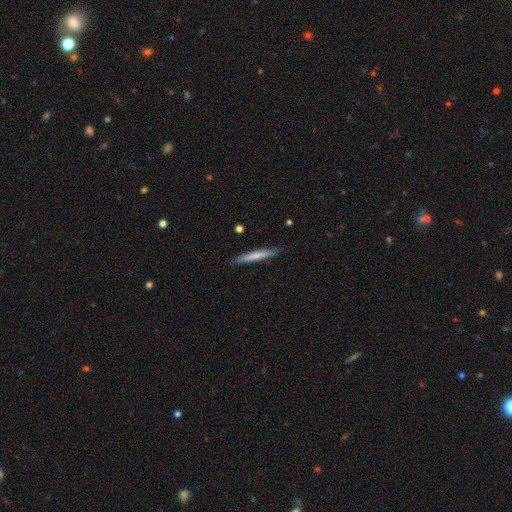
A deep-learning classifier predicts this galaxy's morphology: A smooth galaxy with no disk features (64%) that is cigar-shaped (95%).

Vote fractions:
- Smooth or featured? smooth: 64% / featured or disk: 30% / star or artifact: 6%
- How rounded? cigar-shaped: 95% / in between: 4% / round: 1%
- Merging? none: 88% / minor disturbance: 9% / major disturbance: 2% / merger: 1%